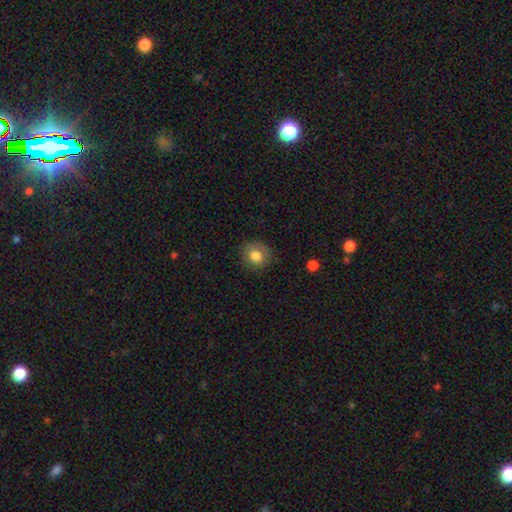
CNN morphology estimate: type=smooth (79%); roundness=round (78%); merging=none (78%).